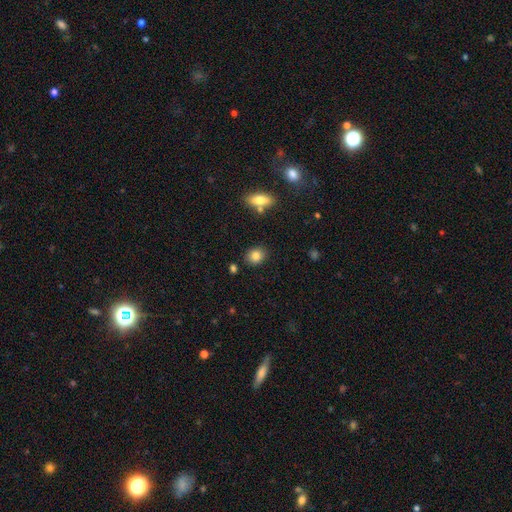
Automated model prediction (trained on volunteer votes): Q: Smooth or featured?
A: smooth (83%); runner-up: star or artifact (9%)
Q: How rounded?
A: round (57%); runner-up: in between (42%)
Q: Merging?
A: none (85%); runner-up: minor disturbance (9%)